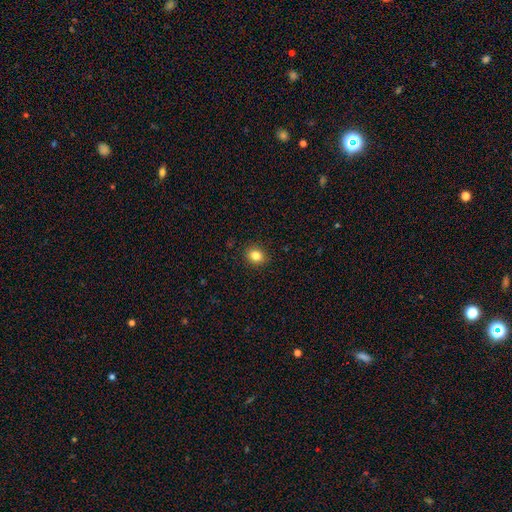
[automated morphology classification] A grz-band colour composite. It shows a smooth galaxy with no disk features (83%) that is round (69%). Merging: none (90%).